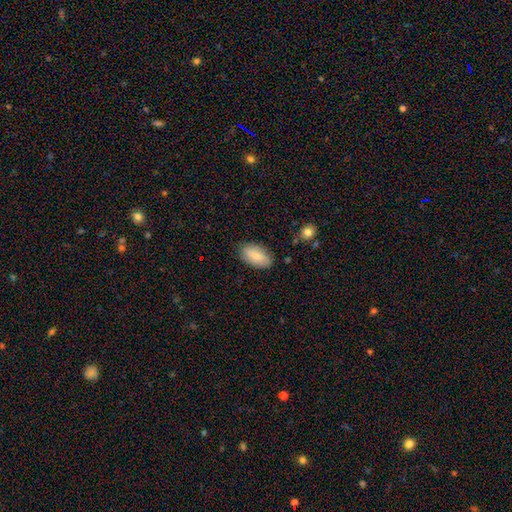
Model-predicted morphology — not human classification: Smooth or featured? smooth (78%)
How rounded? in between (94%)
Merging? none (83%)